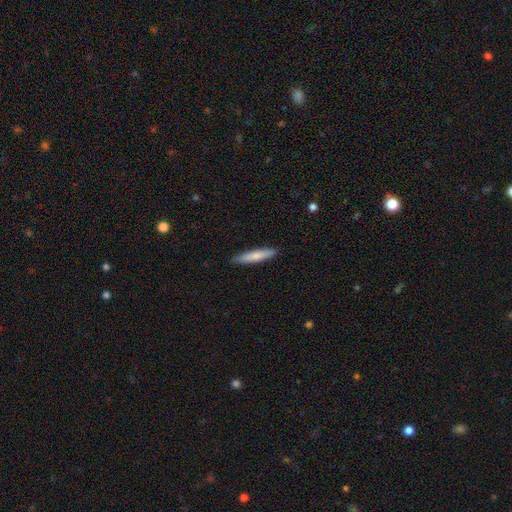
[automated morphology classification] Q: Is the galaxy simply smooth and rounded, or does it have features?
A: smooth — 76%.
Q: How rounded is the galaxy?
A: cigar-shaped — 90%.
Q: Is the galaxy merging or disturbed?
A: none — 90%.